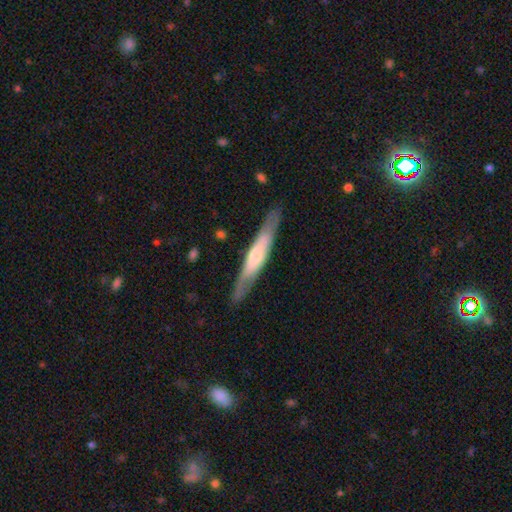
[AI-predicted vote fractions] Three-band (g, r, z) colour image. It shows a featured or disk galaxy (53%) viewed edge-on (83%). Merging: none (85%).